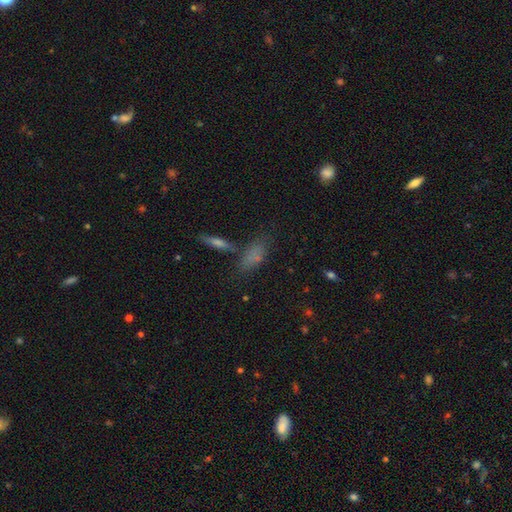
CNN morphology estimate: Smooth or featured: smooth — 64% (star or artifact — 19%)
How rounded: in between — 62% (cigar-shaped — 31%)
Merging: none — 59% (merger — 17%)